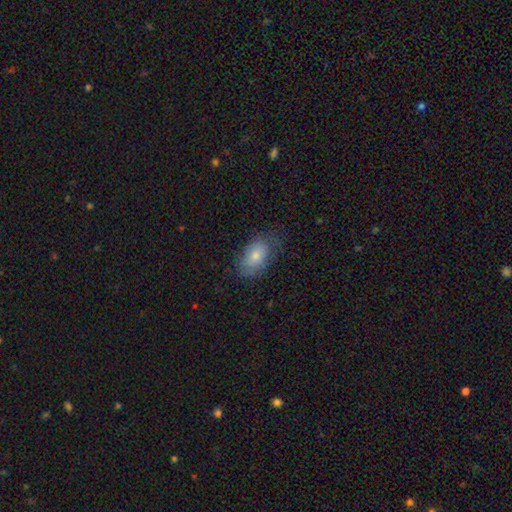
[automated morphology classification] A smooth galaxy with no disk features (75%) that is in between round and cigar-shaped (89%).

Vote fractions:
- Smooth or featured? smooth: 75% / featured or disk: 17% / star or artifact: 8%
- How rounded? in between: 89% / round: 9% / cigar-shaped: 2%
- Merging? none: 64% / minor disturbance: 25% / major disturbance: 9% / merger: 1%